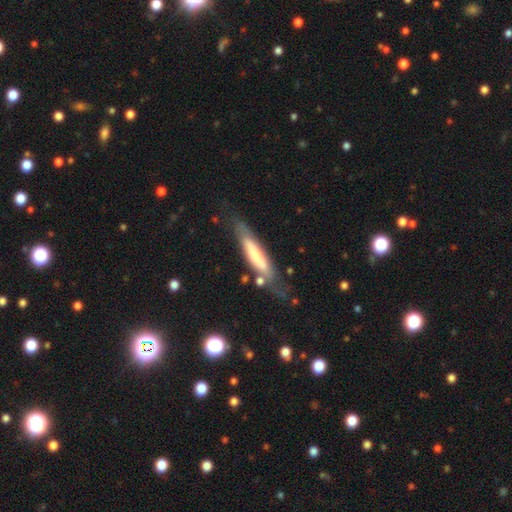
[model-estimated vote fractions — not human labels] smooth 51%, featured or disk 43%, star or artifact 6%. Down the decision tree: how rounded — cigar-shaped (79%); merging — none (62%).